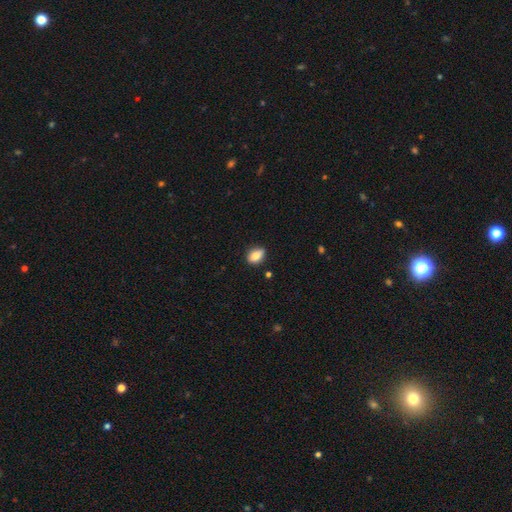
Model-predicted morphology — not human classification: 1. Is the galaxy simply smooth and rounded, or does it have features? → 80% smooth, 12% featured or disk, 8% star or artifact.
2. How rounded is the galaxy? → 74% in between, 23% round, 3% cigar-shaped.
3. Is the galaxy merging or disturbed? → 85% none, 11% minor disturbance, 2% major disturbance, 2% merger.